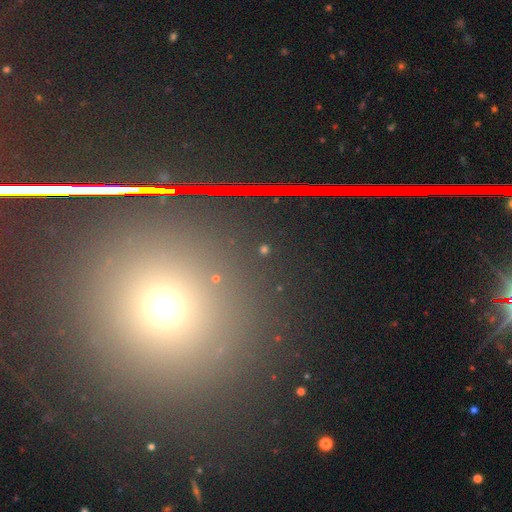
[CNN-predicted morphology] Smooth or featured: smooth — 49% (star or artifact — 41%)
Merging: none — 88% (minor disturbance — 7%)